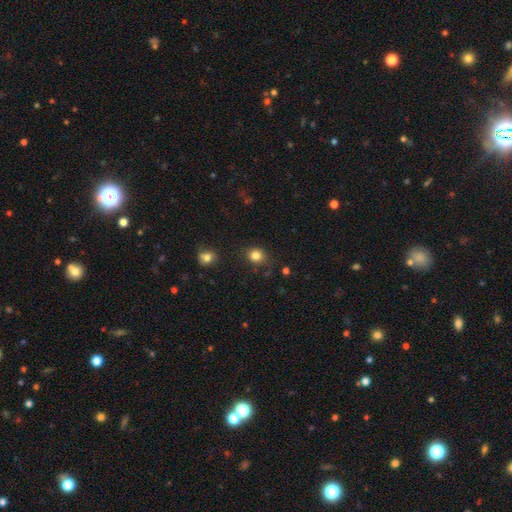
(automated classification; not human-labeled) The model was most divided on "how rounded": round: 75%, in between: 24%, cigar-shaped: 1%. More confident: smooth or featured — smooth (83%); merging — none (82%).